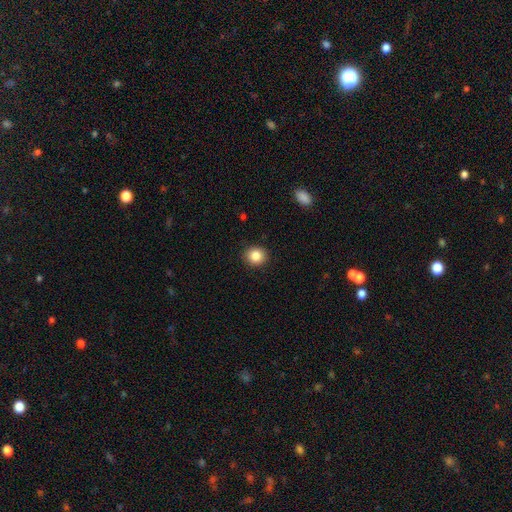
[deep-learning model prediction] This is clearly a smooth galaxy (86%). How rounded: clearly round (86%). Merging: clearly none (91%).